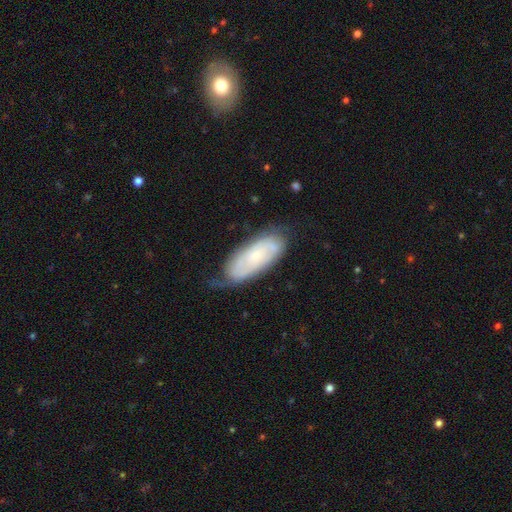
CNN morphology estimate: A featured or disk galaxy (60%) with no bar (78%), spiral arms (81%) and a small central bulge (76%).

Vote fractions:
- Smooth or featured? featured or disk: 60% / smooth: 33% / star or artifact: 7%
- Edge-on disk? no: 90% / yes: 10%
- Bar? no: 78% / weak: 18% / strong: 4%
- Spiral arms? yes: 81% / no: 19%
- Bulge size? small: 76% / moderate: 18% / none: 3% / large: 1% / dominant: 1%
- Merging? none: 61% / minor disturbance: 28% / major disturbance: 10% / merger: 2%